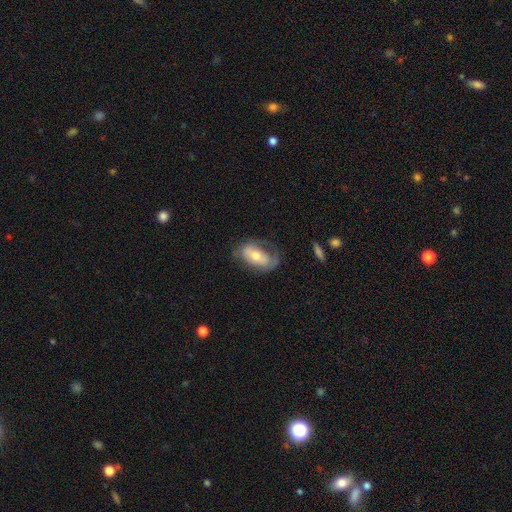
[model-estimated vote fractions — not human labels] This is possibly a smooth galaxy (48%). Merging: possibly none (51%).